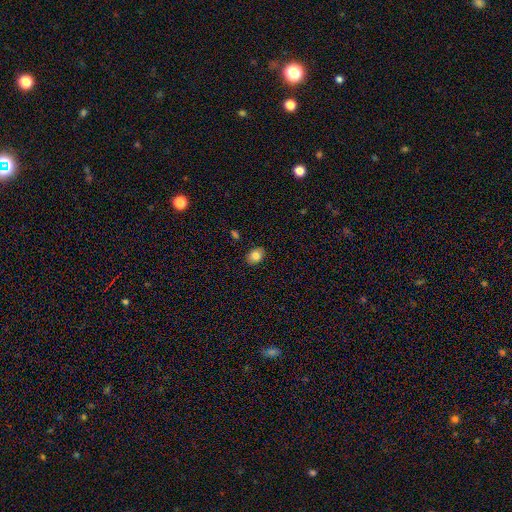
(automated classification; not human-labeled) Smooth or featured? Predicted: smooth (p=0.84). How rounded? Predicted: in between (p=0.69). Merging? Predicted: none (p=0.88).